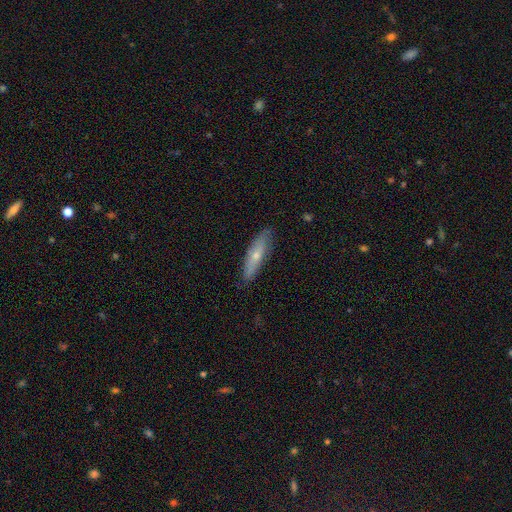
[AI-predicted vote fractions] This appears to be a smooth galaxy with no disk features (53%) that is cigar-shaped (72%). Merging: none (81%).